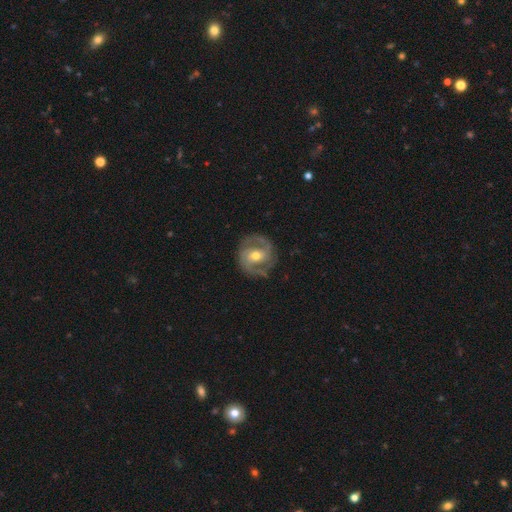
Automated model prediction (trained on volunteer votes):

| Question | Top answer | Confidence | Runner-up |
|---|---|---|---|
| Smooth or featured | featured or disk | 88% | smooth (8%) |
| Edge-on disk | no | 98% | yes (2%) |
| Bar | weak | 42% | no (38%) |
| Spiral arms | yes | 96% | no (4%) |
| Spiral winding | medium | 49% | tight (41%) |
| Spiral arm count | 2 | 85% | 3 (6%) |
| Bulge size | moderate | 71% | small (23%) |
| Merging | none | 81% | minor disturbance (13%) |